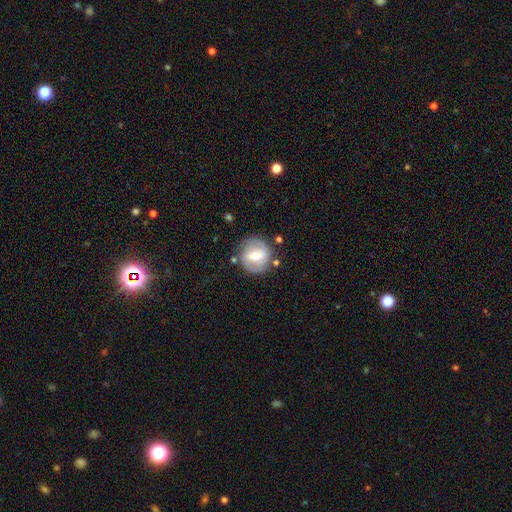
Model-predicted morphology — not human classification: featured or disk 59%, smooth 34%, star or artifact 7%. Down the decision tree: edge-on disk — no (95%); bar — weak (43%); spiral arms — yes (58%); bulge size — moderate (63%); merging — none (74%).